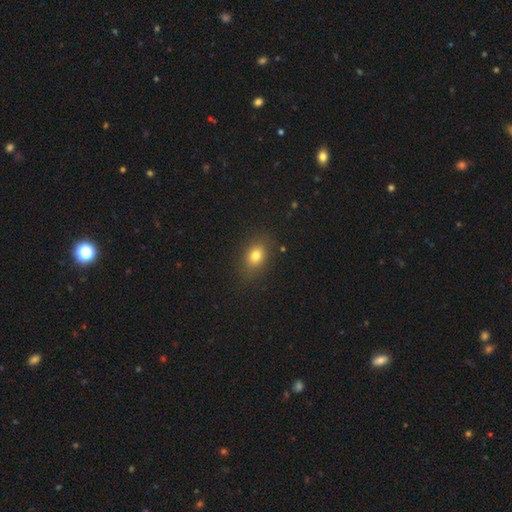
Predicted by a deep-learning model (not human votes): A smooth galaxy with no disk features (78%) that is in between round and cigar-shaped (70%).

Vote fractions:
- Smooth or featured? smooth: 78% / star or artifact: 12% / featured or disk: 10%
- How rounded? in between: 70% / round: 28% / cigar-shaped: 2%
- Merging? none: 84% / minor disturbance: 11% / major disturbance: 4% / merger: 1%